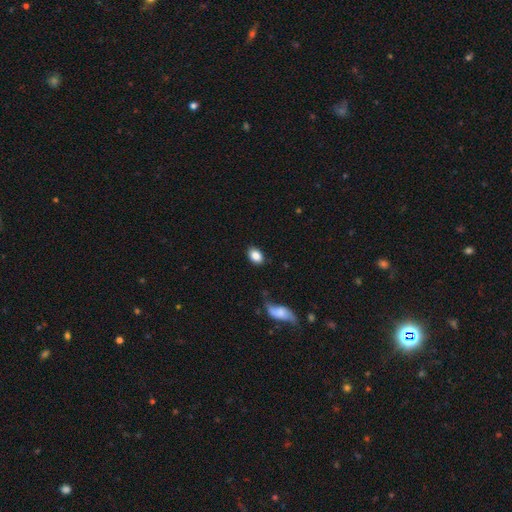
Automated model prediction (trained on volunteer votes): A smooth galaxy with no disk features (86%) that is in between round and cigar-shaped (82%).

Vote fractions:
- Smooth or featured? smooth: 86% / star or artifact: 7% / featured or disk: 7%
- How rounded? in between: 82% / round: 17% / cigar-shaped: 1%
- Merging? none: 83% / minor disturbance: 11% / major disturbance: 3% / merger: 2%